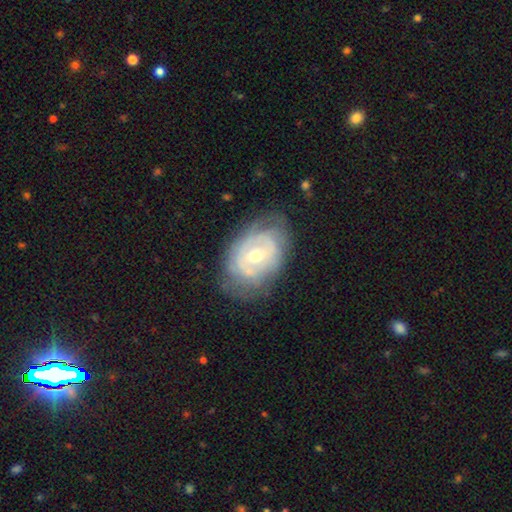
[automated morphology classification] Q: Smooth or featured?
A: featured or disk (74%); runner-up: smooth (20%)
Q: Edge-on disk?
A: no (96%); runner-up: yes (4%)
Q: Bar?
A: no (43%); runner-up: weak (41%)
Q: Spiral arms?
A: yes (66%); runner-up: no (34%)
Q: Bulge size?
A: moderate (61%); runner-up: small (34%)
Q: Merging?
A: none (66%); runner-up: minor disturbance (23%)